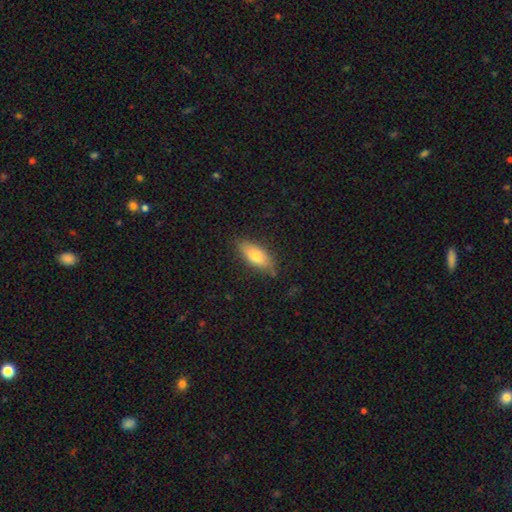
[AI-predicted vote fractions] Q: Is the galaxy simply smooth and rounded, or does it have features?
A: smooth — 73%.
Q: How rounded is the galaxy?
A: in between — 78%.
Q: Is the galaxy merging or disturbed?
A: none — 79%.